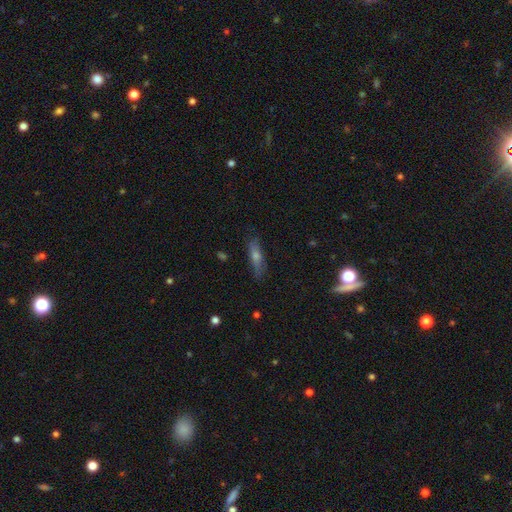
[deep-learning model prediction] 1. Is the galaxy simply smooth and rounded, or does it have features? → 44% featured or disk (tied), 44% smooth (tied), 12% star or artifact.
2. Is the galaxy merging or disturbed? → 82% none, 13% minor disturbance, 3% major disturbance, 2% merger.